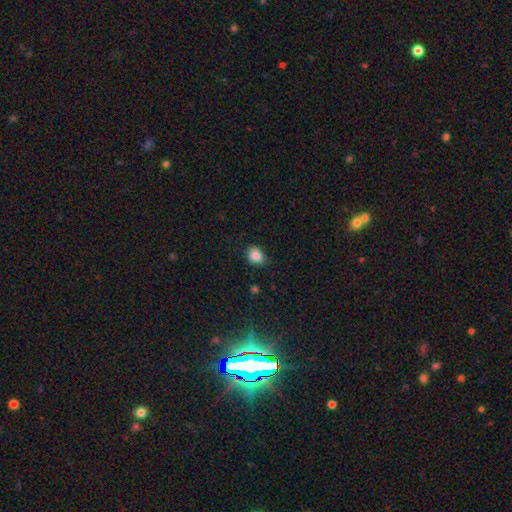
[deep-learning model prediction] Smooth or featured?
  - smooth: 85% *
  - star or artifact: 10%
  - featured or disk: 5%
How rounded?
  - in between: 50% *
  - round: 49%
  - cigar-shaped: 1%
Merging?
  - none: 79% *
  - minor disturbance: 17%
  - major disturbance: 3%
  - merger: 1%